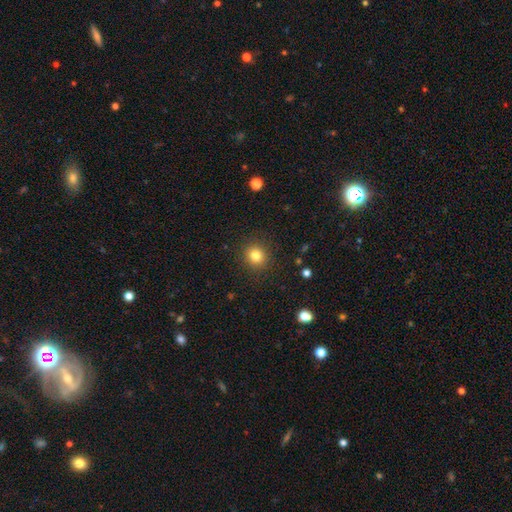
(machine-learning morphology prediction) Smooth or featured?
  - smooth: 82% *
  - star or artifact: 12%
  - featured or disk: 6%
How rounded?
  - round: 86% *
  - in between: 13%
  - cigar-shaped: 1%
Merging?
  - none: 90% *
  - minor disturbance: 7%
  - major disturbance: 2%
  - merger: 1%